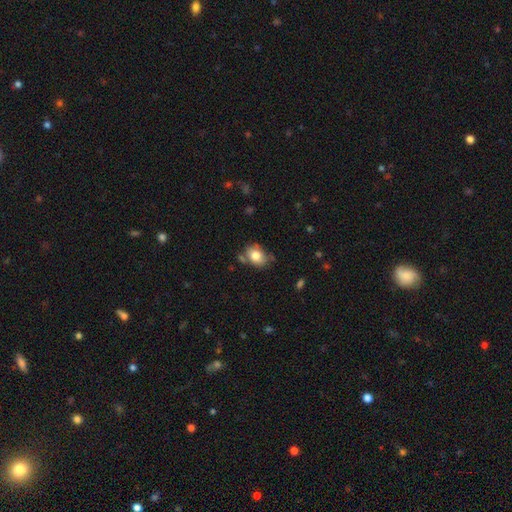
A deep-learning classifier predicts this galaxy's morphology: smooth 78%, featured or disk 13%, star or artifact 9%. Down the decision tree: how rounded — in between (62%); merging — none (61%).